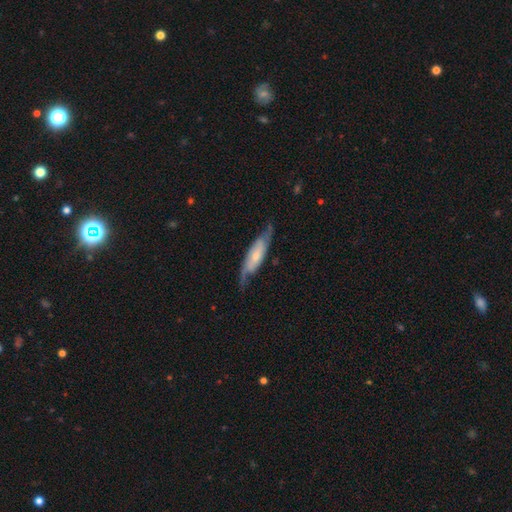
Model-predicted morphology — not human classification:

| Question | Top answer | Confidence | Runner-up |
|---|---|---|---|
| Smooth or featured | featured or disk | 68% | smooth (26%) |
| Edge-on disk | no | 73% | yes (27%) |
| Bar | no | 56% | weak (31%) |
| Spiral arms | yes | 90% | no (10%) |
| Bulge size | small | 54% | moderate (32%) |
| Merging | none | 68% | minor disturbance (21%) |